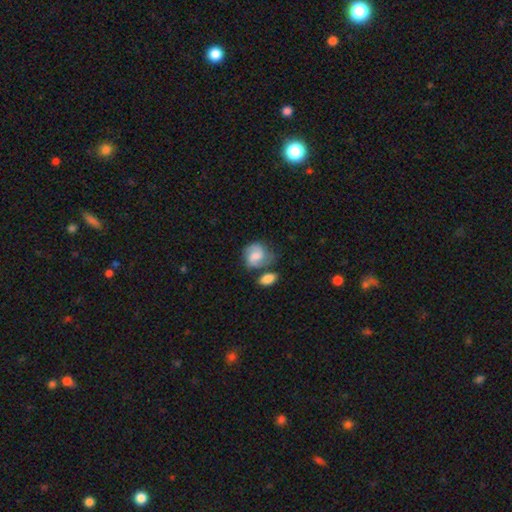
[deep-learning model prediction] Q: Smooth or featured?
A: smooth (48%); runner-up: featured or disk (45%)
Q: Merging?
A: none (46%); runner-up: merger (22%)